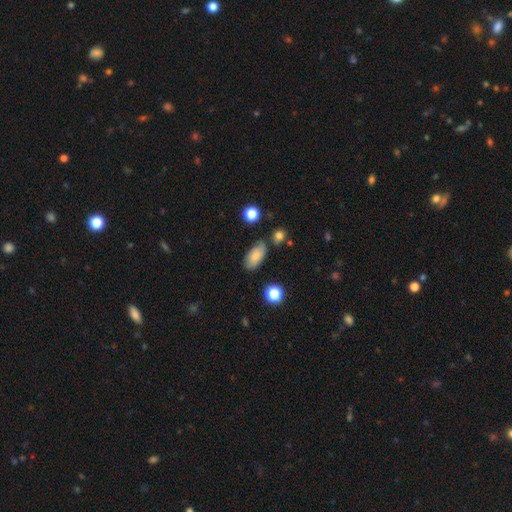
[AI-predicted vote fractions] This appears to be a smooth galaxy with no disk features (78%) that is in between round and cigar-shaped (91%). Merging: none (71%).